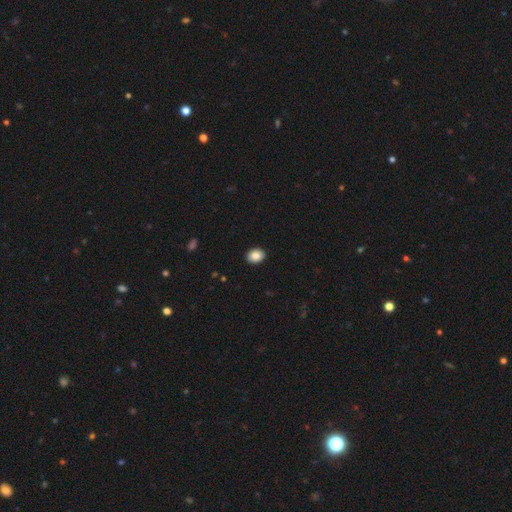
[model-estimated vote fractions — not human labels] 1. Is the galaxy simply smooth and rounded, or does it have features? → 86% smooth, 8% star or artifact, 5% featured or disk.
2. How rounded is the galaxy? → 55% in between, 44% round, 1% cigar-shaped.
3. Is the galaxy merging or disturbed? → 92% none, 6% minor disturbance, 2% major disturbance, 1% merger.